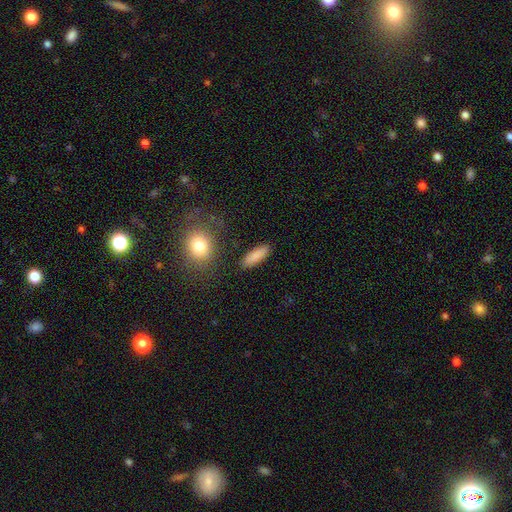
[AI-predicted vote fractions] smooth 87%, featured or disk 7%, star or artifact 7%. Down the decision tree: how rounded — in between (55%); merging — none (87%).